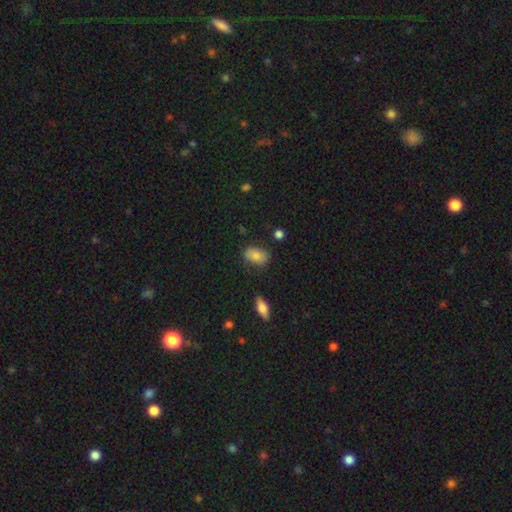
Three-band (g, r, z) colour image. It shows a smooth galaxy with no disk features (85%) that is in between round and cigar-shaped (91%). Merging: none (61%).